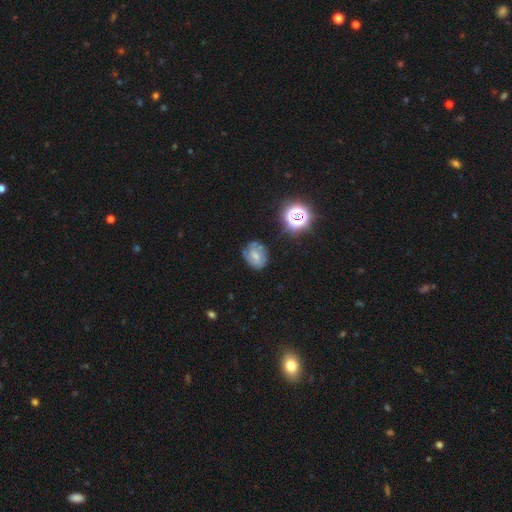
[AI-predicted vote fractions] smooth-or-featured: featured or disk: 47% | smooth: 38% | star or artifact: 14%
  merging: none: 63% | minor disturbance: 24% | major disturbance: 9% | merger: 3%